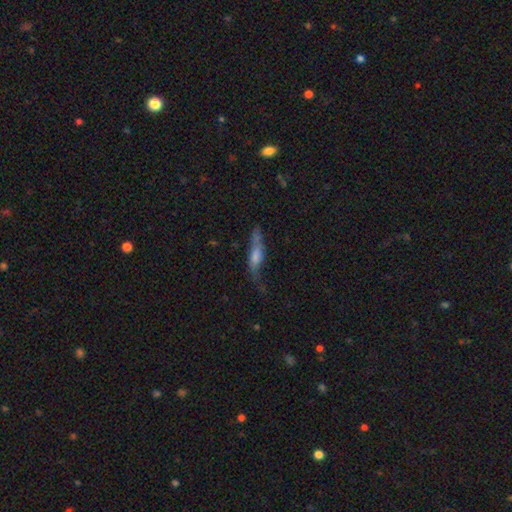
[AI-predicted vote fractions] Smooth or featured? Predicted: smooth (p=0.46). Merging? Predicted: none (p=0.52).